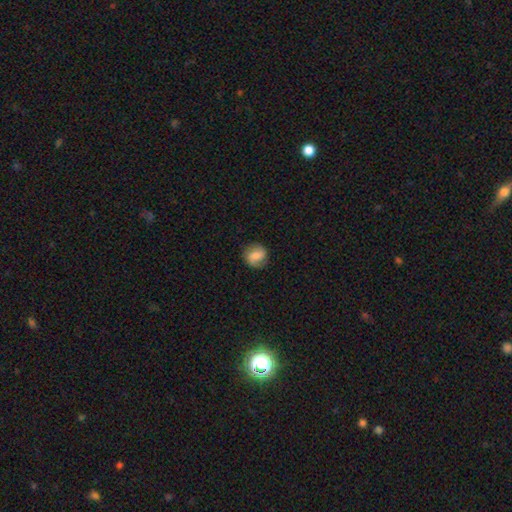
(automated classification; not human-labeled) smooth_or_featured: smooth (p=0.59) [alt: featured or disk p=0.32]
how_rounded: round (p=0.80) [alt: in between p=0.19]
merging: none (p=0.81) [alt: minor disturbance p=0.14]